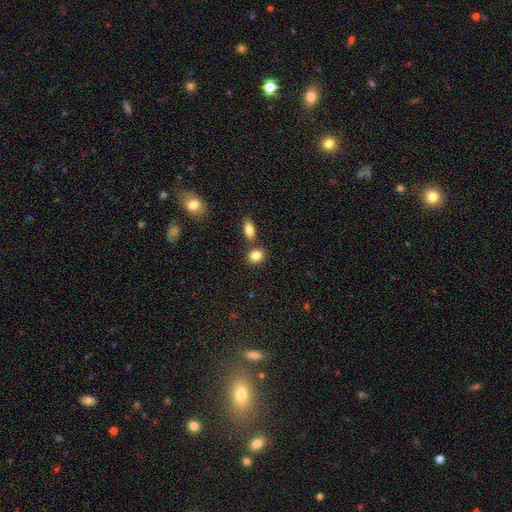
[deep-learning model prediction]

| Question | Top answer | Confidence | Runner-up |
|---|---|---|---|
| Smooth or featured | smooth | 85% | star or artifact (9%) |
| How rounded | round | 54% | in between (44%) |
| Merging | none | 69% | merger (18%) |